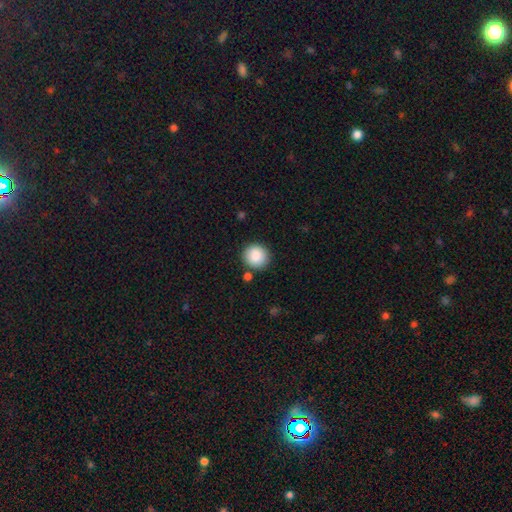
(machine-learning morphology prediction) Overall: smooth (87%). How rounded: round (91%). Merging: none (84%).